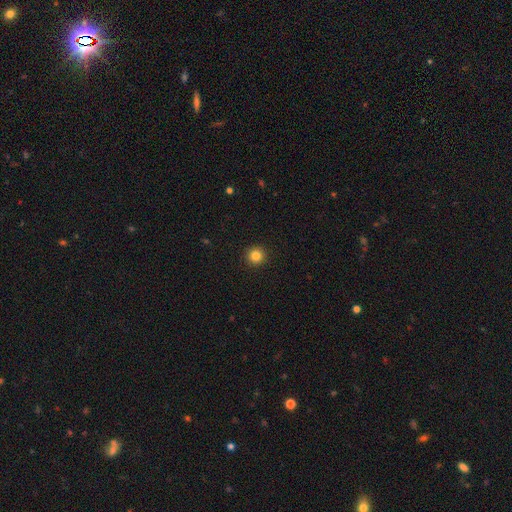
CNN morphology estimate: smooth 83%, star or artifact 12%, featured or disk 5%. Down the decision tree: how rounded — round (96%); merging — none (94%).